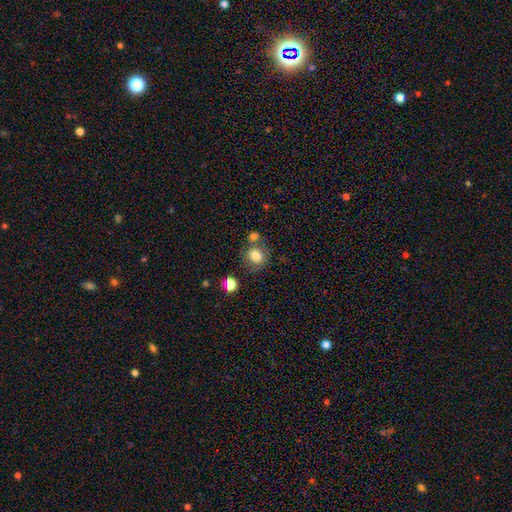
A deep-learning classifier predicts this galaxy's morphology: smooth 81%, star or artifact 11%, featured or disk 8%. Down the decision tree: how rounded — round (74%); merging — none (65%).